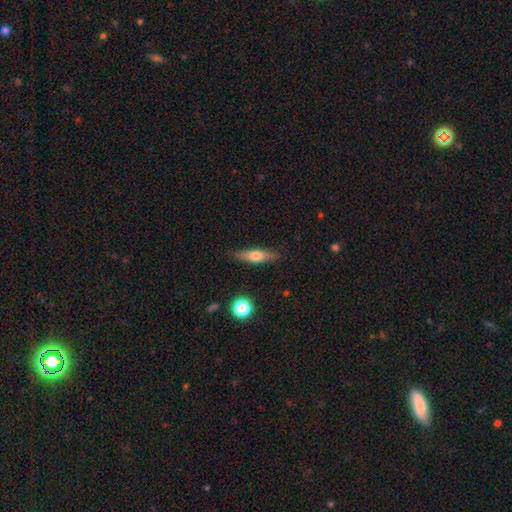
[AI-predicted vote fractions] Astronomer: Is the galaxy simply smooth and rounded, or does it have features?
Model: smooth — 51% (runner-up: featured or disk, 42%).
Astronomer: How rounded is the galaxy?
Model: cigar-shaped — 68%.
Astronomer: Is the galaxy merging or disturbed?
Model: none — 86%.